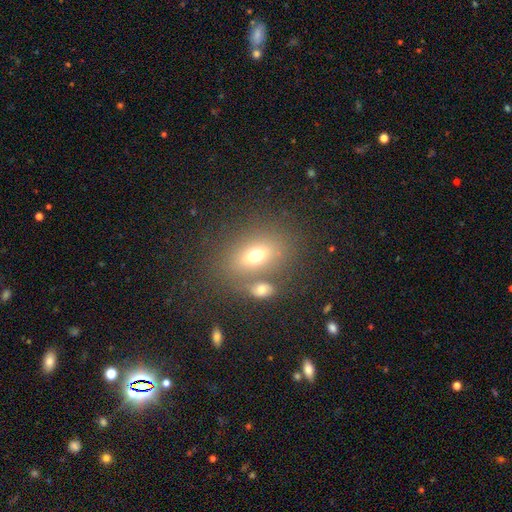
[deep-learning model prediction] A smooth galaxy with no disk features (66%) that is in between round and cigar-shaped (73%). Merging: none (59%).